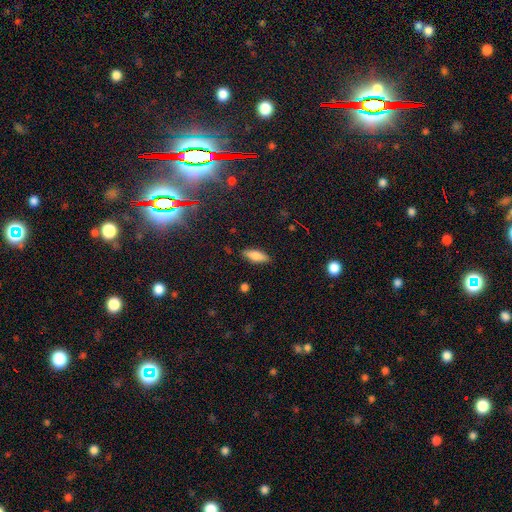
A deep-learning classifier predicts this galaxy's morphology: Smooth or featured: smooth — 80% (featured or disk — 12%)
How rounded: in between — 66% (cigar-shaped — 32%)
Merging: none — 86% (minor disturbance — 10%)